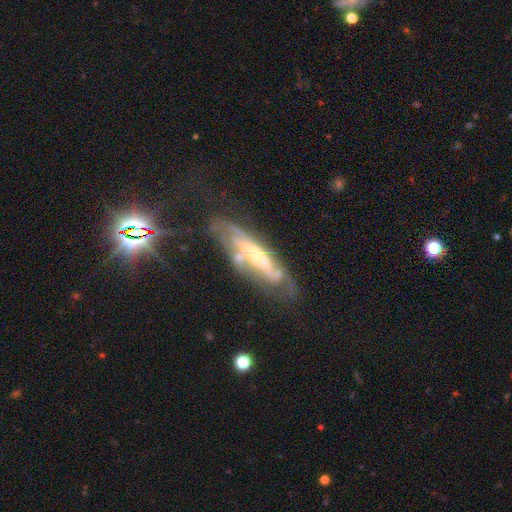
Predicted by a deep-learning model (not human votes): This is likely a featured or disk galaxy (77%). It is likely not viewed edge-on (70%). Bar: possibly no (54%). Spiral arm pattern: likely yes (80%). Central bulge: possibly small (54%). Merging: possibly none (51%).